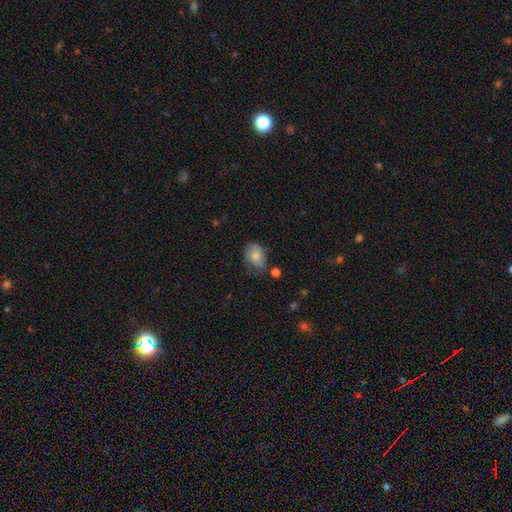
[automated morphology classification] The model was most divided on "merging": none: 55%, minor disturbance: 32%, major disturbance: 9%, merger: 4%. More confident: how rounded — in between (81%); smooth or featured — smooth (75%).